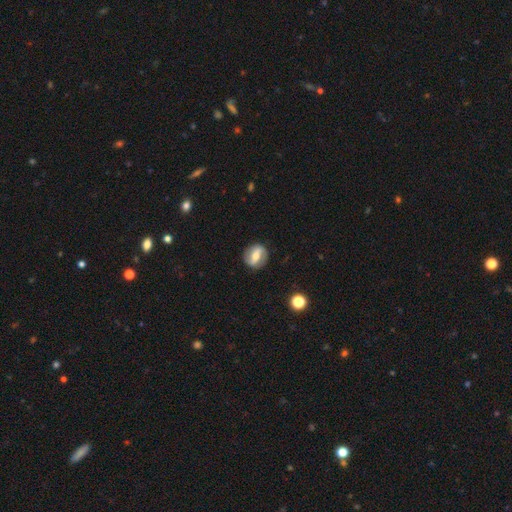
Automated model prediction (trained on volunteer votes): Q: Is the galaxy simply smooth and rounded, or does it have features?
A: featured or disk — 60%.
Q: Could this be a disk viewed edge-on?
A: no — 92%.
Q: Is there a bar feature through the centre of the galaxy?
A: strong — 57%.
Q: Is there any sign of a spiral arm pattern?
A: yes — 60%.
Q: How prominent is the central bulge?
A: moderate — 64%.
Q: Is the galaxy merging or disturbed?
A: none — 85%.